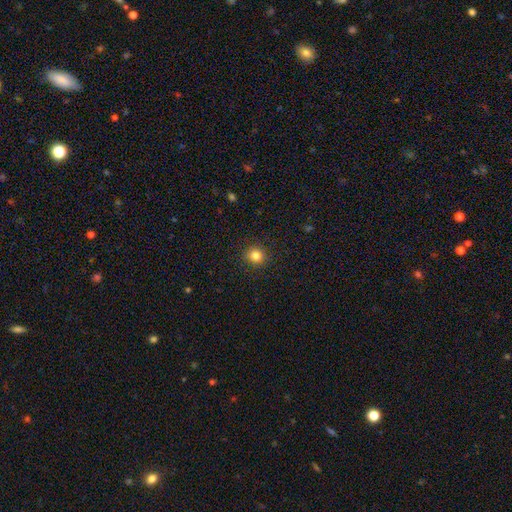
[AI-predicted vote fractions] smooth-or-featured: smooth: 83% | star or artifact: 12% | featured or disk: 5%
  how-rounded: round: 90% | in between: 9% | cigar-shaped: 1%
  merging: none: 90% | minor disturbance: 7% | major disturbance: 2% | merger: 1%